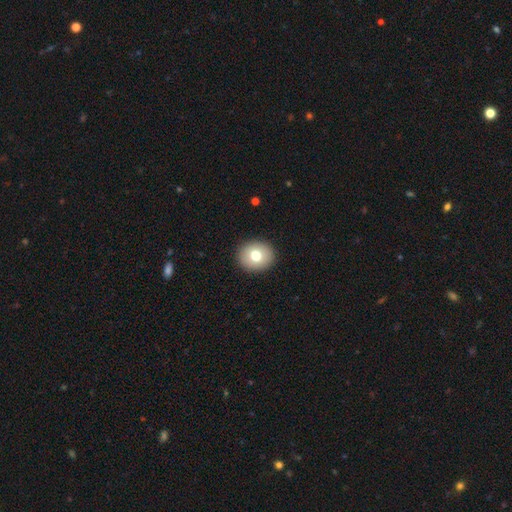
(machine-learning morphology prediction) smooth 74%, featured or disk 17%, star or artifact 9%. Down the decision tree: how rounded — round (75%); merging — none (92%).